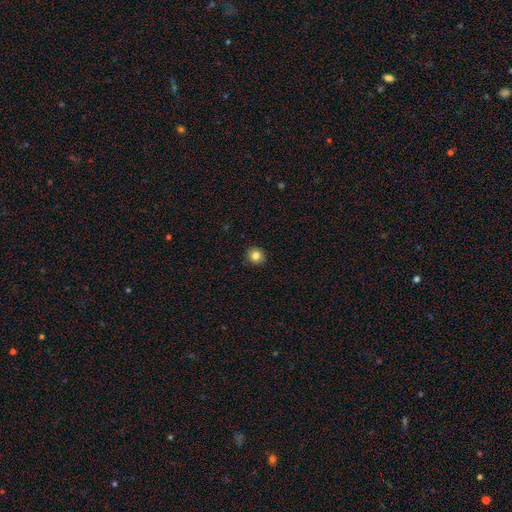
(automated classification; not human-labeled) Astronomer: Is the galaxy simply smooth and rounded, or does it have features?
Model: smooth — 82%.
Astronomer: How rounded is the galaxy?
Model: round — 91%.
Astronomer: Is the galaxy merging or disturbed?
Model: none — 92%.